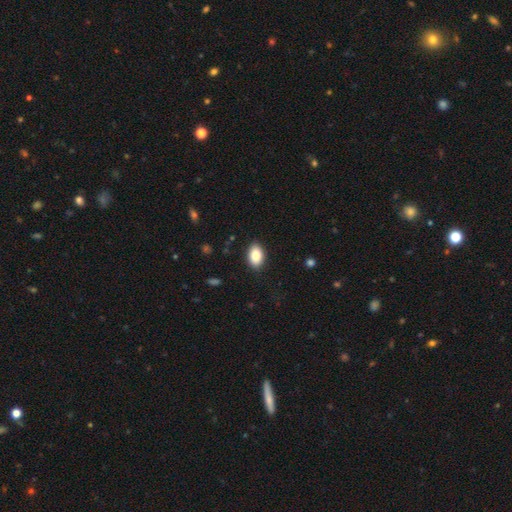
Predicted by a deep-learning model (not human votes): smooth-or-featured: smooth: 87% | star or artifact: 7% | featured or disk: 6%
  how-rounded: in between: 91% | round: 8% | cigar-shaped: 1%
  merging: none: 88% | minor disturbance: 9% | major disturbance: 2% | merger: 1%